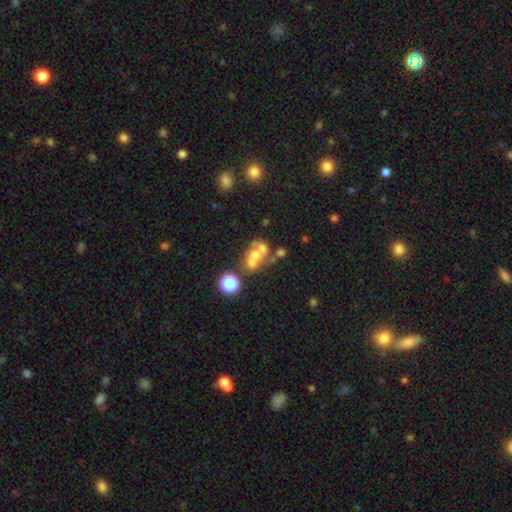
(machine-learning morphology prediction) This is marginally a smooth galaxy (41%). Merging: possibly merger (55%).